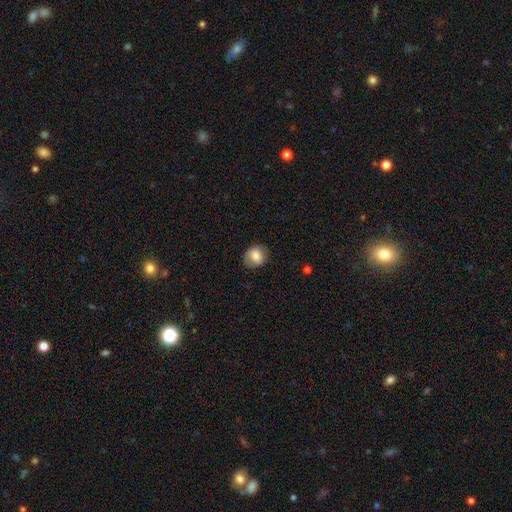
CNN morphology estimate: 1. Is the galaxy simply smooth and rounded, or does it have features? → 71% smooth, 21% featured or disk, 8% star or artifact.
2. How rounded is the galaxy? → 70% round, 29% in between, 1% cigar-shaped.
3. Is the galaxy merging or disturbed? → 74% none, 19% minor disturbance, 6% major disturbance, 1% merger.